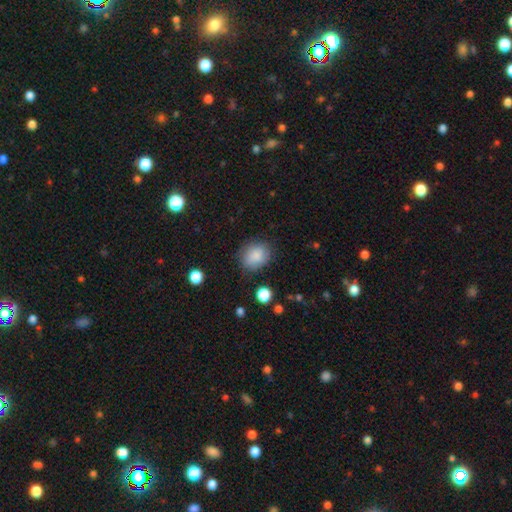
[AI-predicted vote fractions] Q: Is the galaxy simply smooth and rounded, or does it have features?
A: smooth — 86%.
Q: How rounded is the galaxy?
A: round — 57%.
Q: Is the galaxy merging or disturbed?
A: none — 79%.